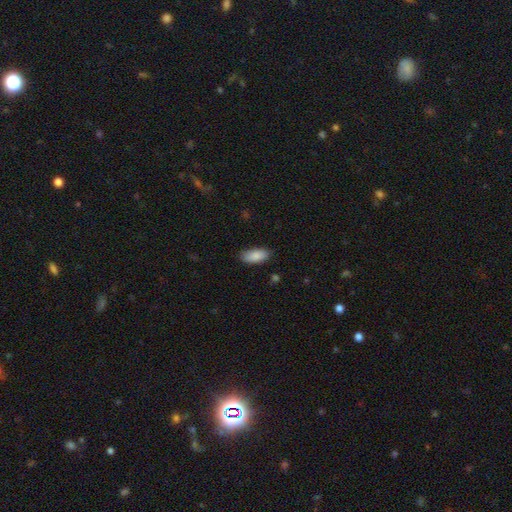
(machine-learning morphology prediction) A smooth galaxy with no disk features (88%) that is in between round and cigar-shaped (90%).

Vote fractions:
- Smooth or featured? smooth: 88% / star or artifact: 6% / featured or disk: 6%
- How rounded? in between: 90% / cigar-shaped: 8% / round: 2%
- Merging? none: 83% / minor disturbance: 13% / major disturbance: 2% / merger: 1%